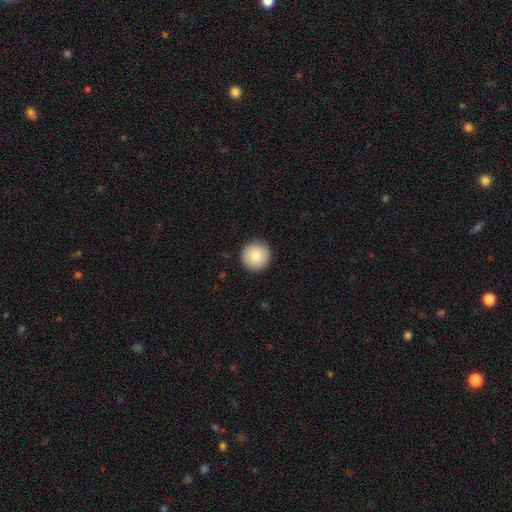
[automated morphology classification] A smooth galaxy with no disk features (83%) that is round (96%).

Vote fractions:
- Smooth or featured? smooth: 83% / featured or disk: 9% / star or artifact: 7%
- How rounded? round: 96% / in between: 3% / cigar-shaped: 1%
- Merging? none: 92% / minor disturbance: 6% / major disturbance: 2% / merger: 1%